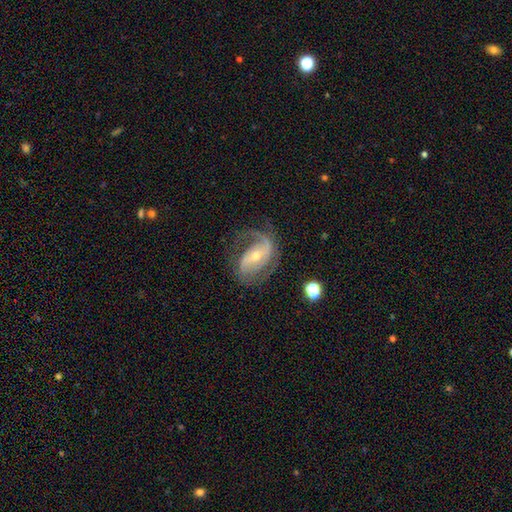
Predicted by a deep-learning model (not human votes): Smooth or featured? Predicted: featured or disk (p=0.87). Edge-on disk? Predicted: no (p=0.97). Bar? Predicted: weak (p=0.40). Spiral arms? Predicted: yes (p=0.95). Spiral winding? Predicted: medium (p=0.48). Spiral arm count? Predicted: 2 (p=0.71). Bulge size? Predicted: small (p=0.53). Merging? Predicted: none (p=0.63).